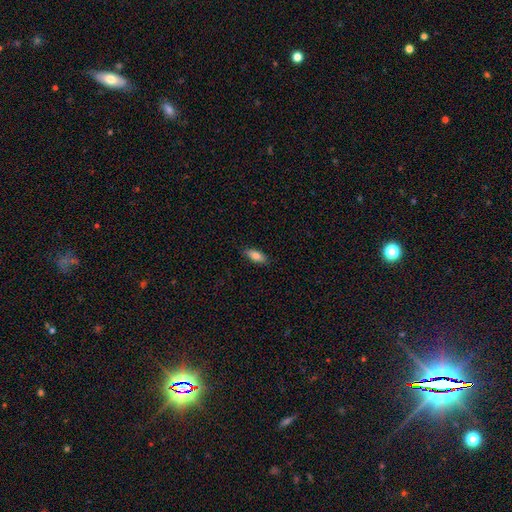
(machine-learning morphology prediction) This is clearly a smooth galaxy (82%). How rounded: likely in between (77%). Merging: clearly none (86%).